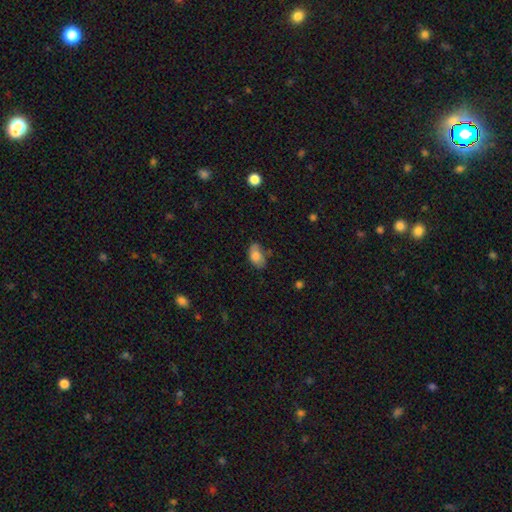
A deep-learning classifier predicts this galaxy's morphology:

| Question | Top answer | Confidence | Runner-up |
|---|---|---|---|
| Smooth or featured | smooth | 76% | featured or disk (16%) |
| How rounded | in between | 91% | round (8%) |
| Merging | none | 60% | minor disturbance (29%) |